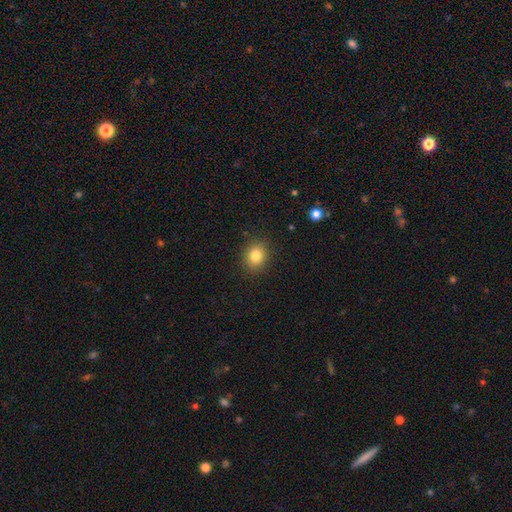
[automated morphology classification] A smooth galaxy with no disk features (82%) that is round (62%).

Vote fractions:
- Smooth or featured? smooth: 82% / star or artifact: 11% / featured or disk: 7%
- How rounded? round: 62% / in between: 37% / cigar-shaped: 1%
- Merging? none: 89% / minor disturbance: 8% / major disturbance: 2% / merger: 1%